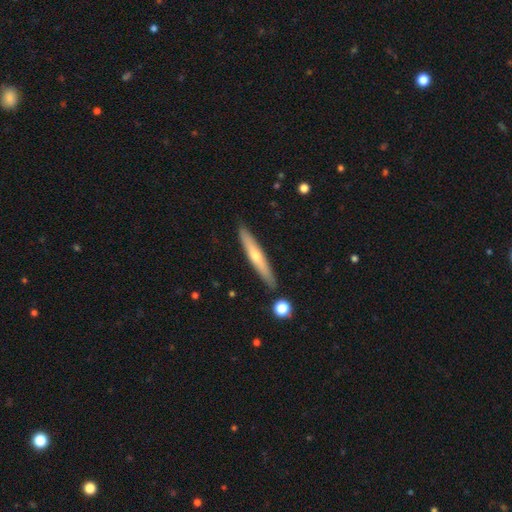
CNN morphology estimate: featured or disk 50%, smooth 44%, star or artifact 6%. Down the decision tree: merging — none (89%).